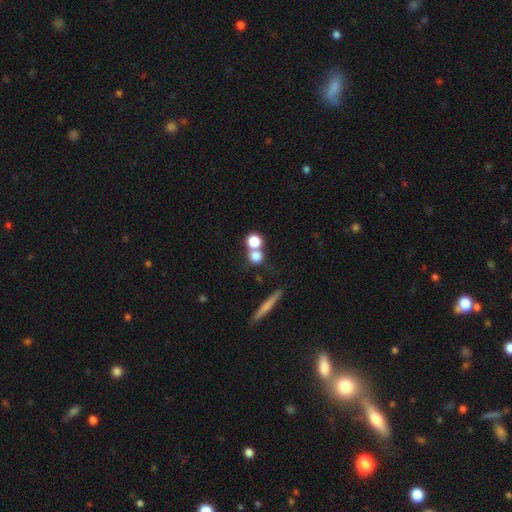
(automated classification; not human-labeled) A smooth galaxy with no disk features (74%) that is round (80%).

Vote fractions:
- Smooth or featured? smooth: 74% / featured or disk: 13% / star or artifact: 13%
- How rounded? round: 80% / in between: 14% / cigar-shaped: 6%
- Merging? none: 46% / merger: 43% / minor disturbance: 7% / major disturbance: 4%